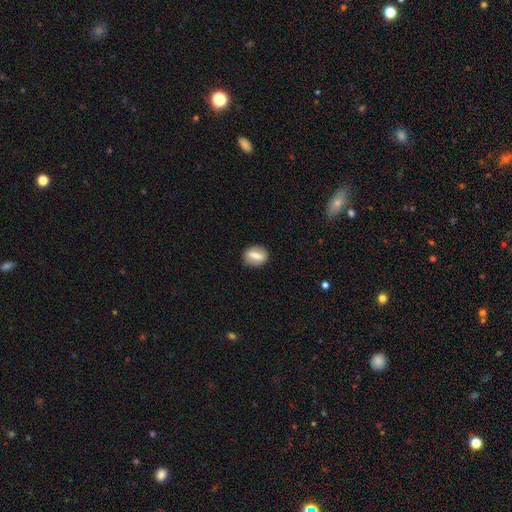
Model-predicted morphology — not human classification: A smooth galaxy with no disk features (61%) that is in between round and cigar-shaped (59%).

Vote fractions:
- Smooth or featured? smooth: 61% / featured or disk: 31% / star or artifact: 8%
- How rounded? in between: 59% / round: 32% / cigar-shaped: 9%
- Merging? none: 85% / minor disturbance: 10% / major disturbance: 3% / merger: 1%